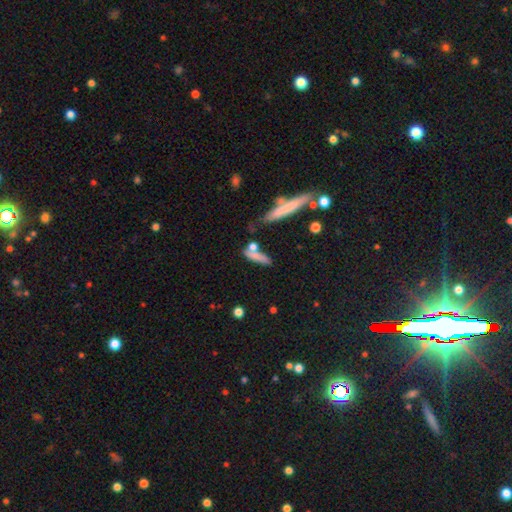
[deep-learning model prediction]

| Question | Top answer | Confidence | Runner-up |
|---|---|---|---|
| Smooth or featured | smooth | 70% | featured or disk (21%) |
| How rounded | cigar-shaped | 69% | in between (27%) |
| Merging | none | 51% | merger (22%) |